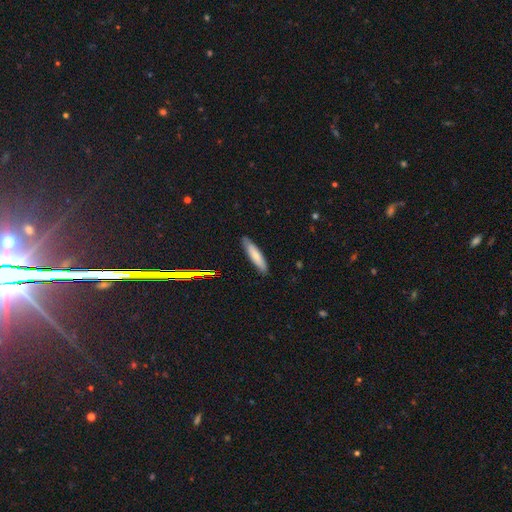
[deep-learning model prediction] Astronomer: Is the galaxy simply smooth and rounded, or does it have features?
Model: smooth — 74%.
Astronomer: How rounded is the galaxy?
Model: cigar-shaped — 82%.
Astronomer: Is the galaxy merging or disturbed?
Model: none — 88%.